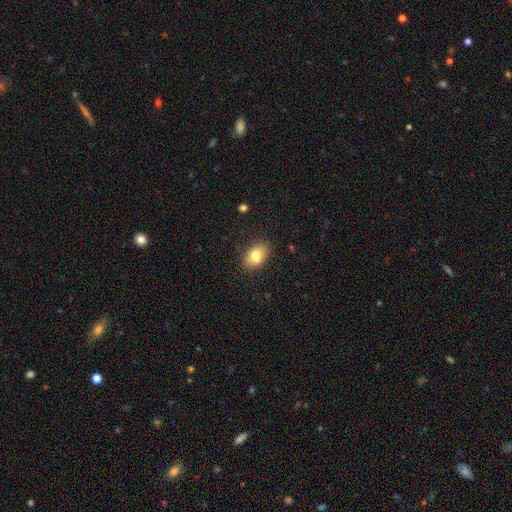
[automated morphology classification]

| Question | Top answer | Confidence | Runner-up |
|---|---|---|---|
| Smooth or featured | smooth | 80% | featured or disk (12%) |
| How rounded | in between | 84% | round (14%) |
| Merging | none | 84% | minor disturbance (12%) |